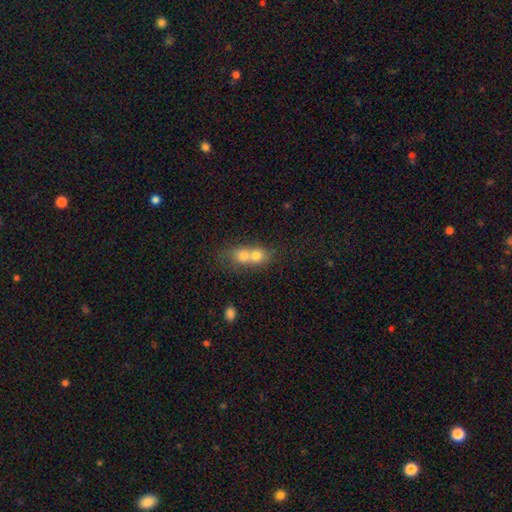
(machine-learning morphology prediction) A smooth galaxy with no disk features (69%) that is round (60%). Merging: merger (75%).